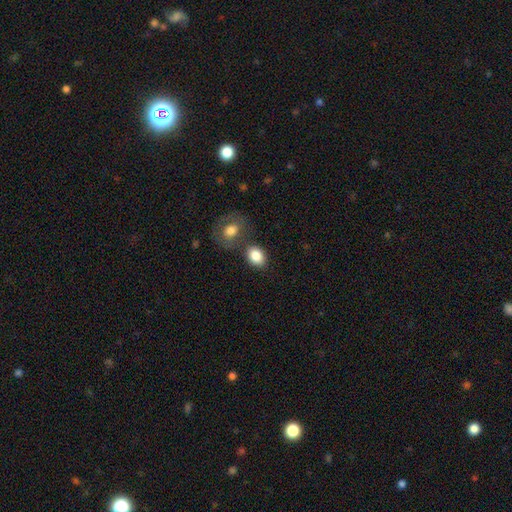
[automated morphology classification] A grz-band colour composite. It shows a smooth galaxy with no disk features (84%) that is in between round and cigar-shaped (63%). Merging: none (65%).